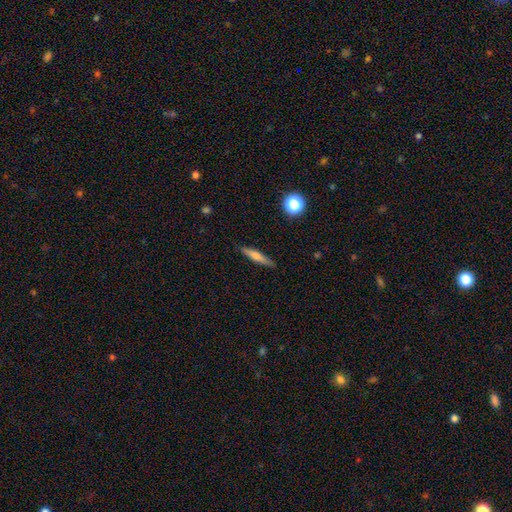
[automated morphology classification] type=smooth (59%); roundness=cigar-shaped (87%); merging=none (88%).